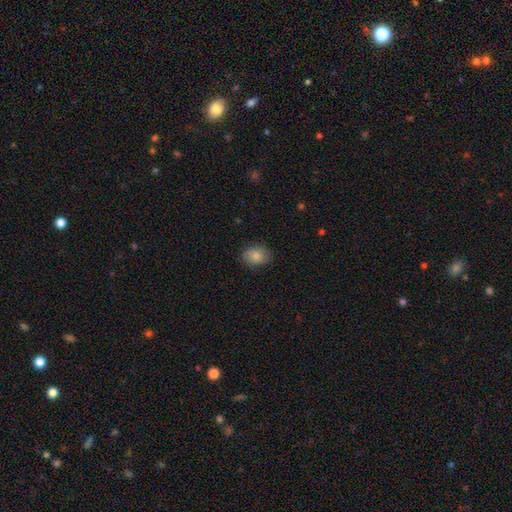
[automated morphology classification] Smooth or featured? smooth (83%)
How rounded? in between (63%)
Merging? none (84%)